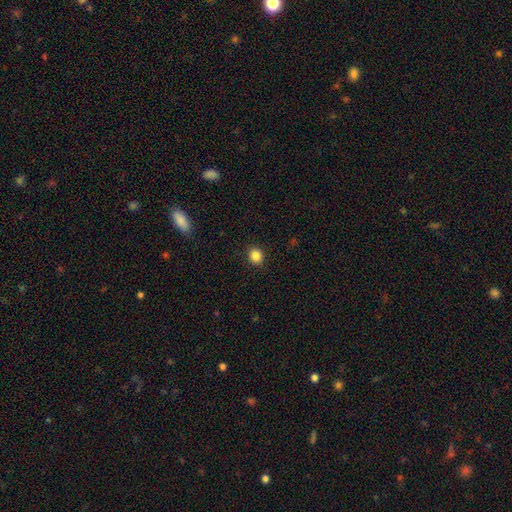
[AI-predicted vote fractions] This appears to be a smooth galaxy with no disk features (86%) that is round (71%). Merging: none (91%).